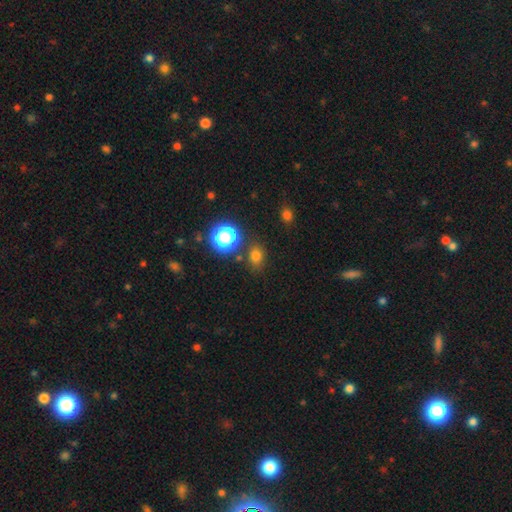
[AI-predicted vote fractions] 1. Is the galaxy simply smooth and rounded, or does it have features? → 71% smooth, 22% star or artifact, 7% featured or disk.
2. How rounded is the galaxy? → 53% round, 46% in between, 1% cigar-shaped.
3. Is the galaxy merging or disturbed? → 79% none, 12% minor disturbance, 5% merger, 4% major disturbance.